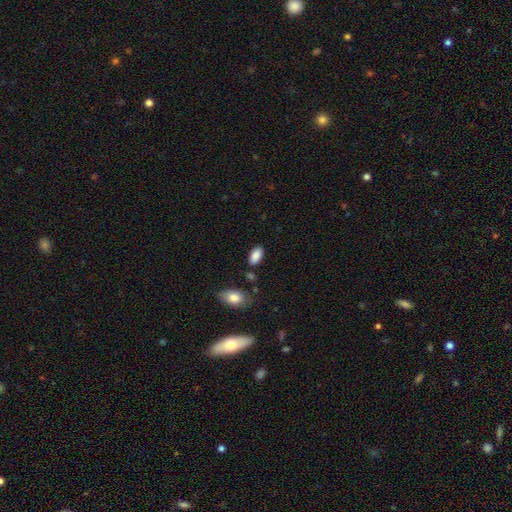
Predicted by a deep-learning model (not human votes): smooth 88%, star or artifact 7%, featured or disk 5%. Down the decision tree: how rounded — in between (94%); merging — none (82%).